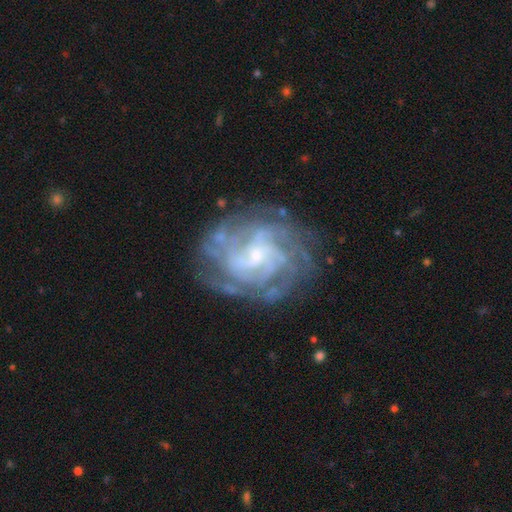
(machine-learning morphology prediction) Smooth or featured? Predicted: featured or disk (p=0.87). Edge-on disk? Predicted: no (p=0.98). Bar? Predicted: no (p=0.48). Spiral arms? Predicted: yes (p=0.95). Spiral winding? Predicted: tight (p=0.62). Spiral arm count? Predicted: can't tell (p=0.33). Bulge size? Predicted: small (p=0.67). Merging? Predicted: none (p=0.75).